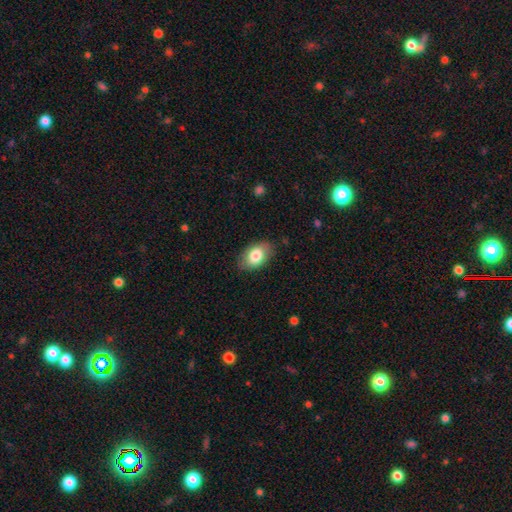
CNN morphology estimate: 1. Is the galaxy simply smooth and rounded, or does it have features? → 80% smooth, 13% featured or disk, 7% star or artifact.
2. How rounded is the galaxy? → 90% in between, 9% round, 1% cigar-shaped.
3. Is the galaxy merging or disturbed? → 82% none, 13% minor disturbance, 3% major disturbance, 1% merger.